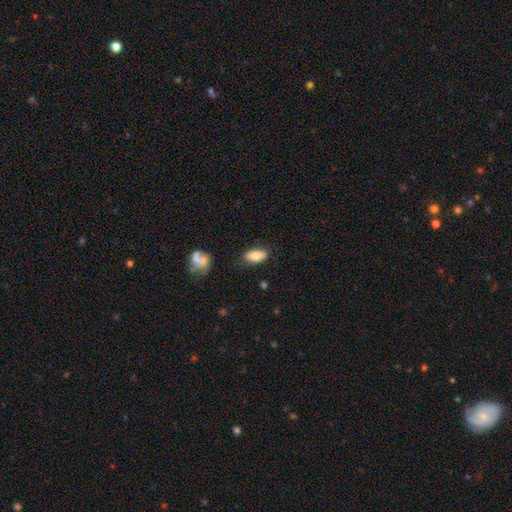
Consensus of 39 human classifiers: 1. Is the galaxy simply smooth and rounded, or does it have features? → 82% smooth, 15% featured or disk, 3% star or artifact.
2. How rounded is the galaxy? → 94% in between, 6% cigar-shaped, 0% round.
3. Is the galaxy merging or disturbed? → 87% none, 11% minor disturbance, 3% major disturbance, 0% merger.